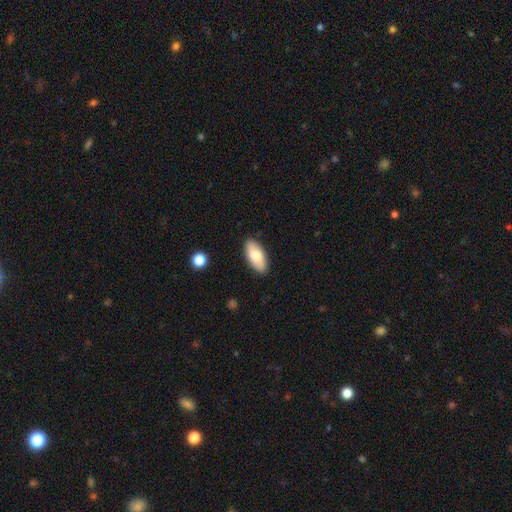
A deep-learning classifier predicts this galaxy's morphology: Q: Smooth or featured?
A: smooth (74%); runner-up: featured or disk (20%)
Q: How rounded?
A: in between (91%); runner-up: cigar-shaped (7%)
Q: Merging?
A: none (88%); runner-up: minor disturbance (9%)